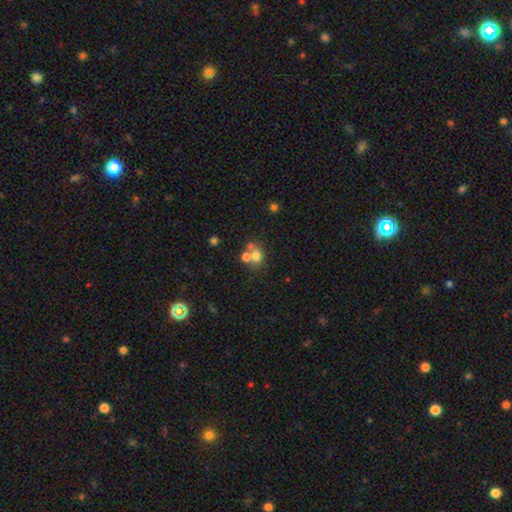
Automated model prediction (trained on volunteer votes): Smooth or featured? smooth (67%)
How rounded? round (67%)
Merging? merger (48%)